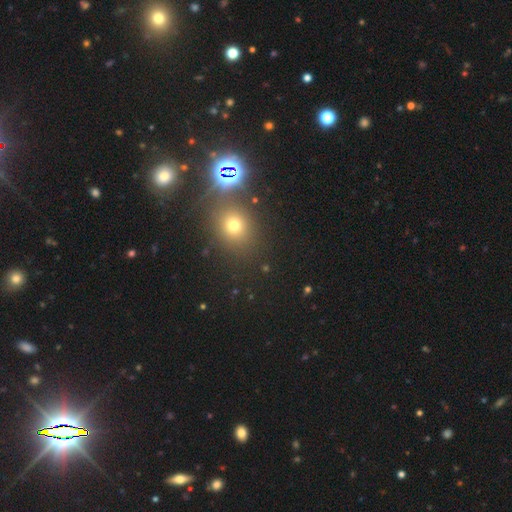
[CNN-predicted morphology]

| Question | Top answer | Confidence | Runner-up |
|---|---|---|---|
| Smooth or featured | star or artifact | 48% | smooth (43%) |